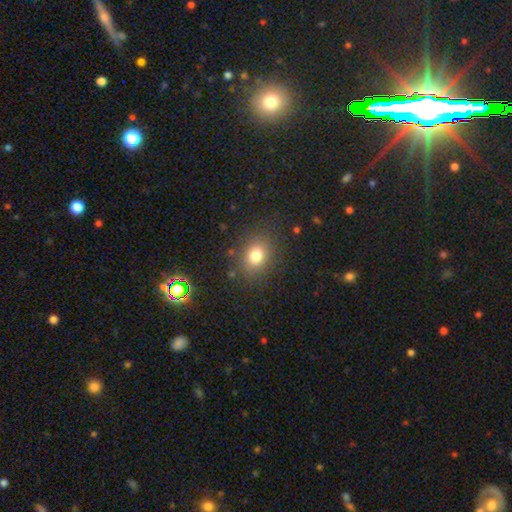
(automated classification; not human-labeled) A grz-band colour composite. It shows a smooth galaxy with no disk features (77%) that is round (52%). Merging: none (83%).